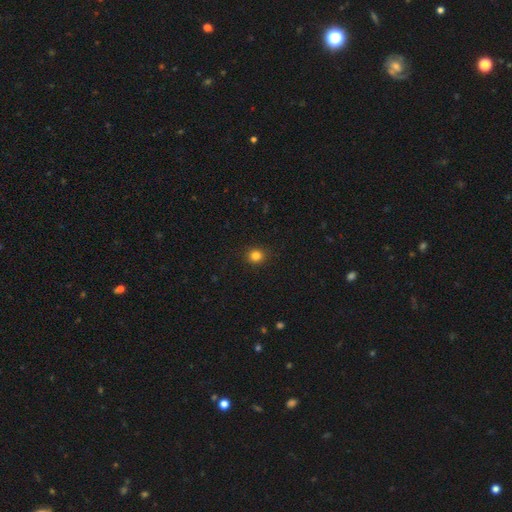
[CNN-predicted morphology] This appears to be a smooth galaxy with no disk features (83%) that is round (85%). Merging: none (90%).